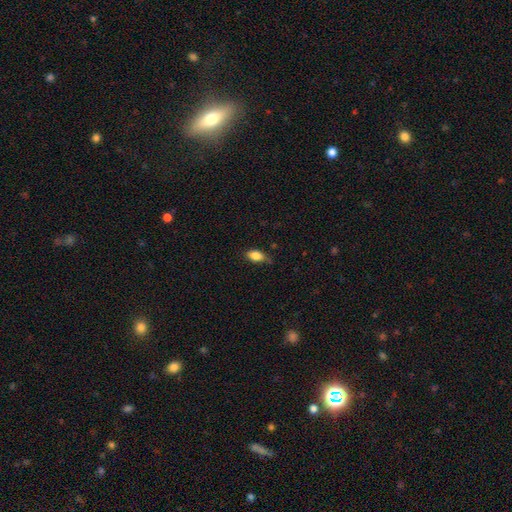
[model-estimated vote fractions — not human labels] Smooth or featured? Predicted: smooth (p=0.83). How rounded? Predicted: in between (p=0.86). Merging? Predicted: none (p=0.61).